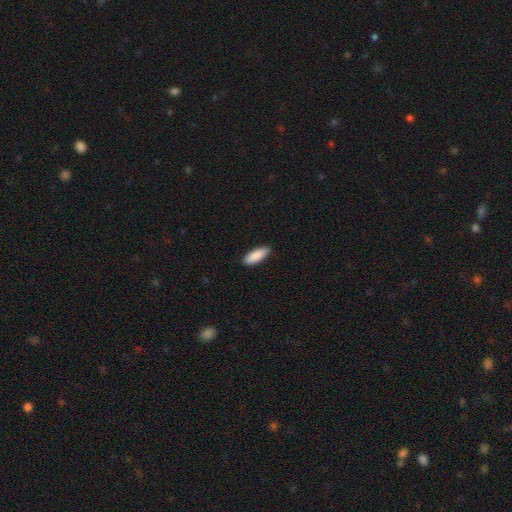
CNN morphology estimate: smooth 90%, star or artifact 6%, featured or disk 5%. Down the decision tree: how rounded — in between (67%); merging — none (88%).